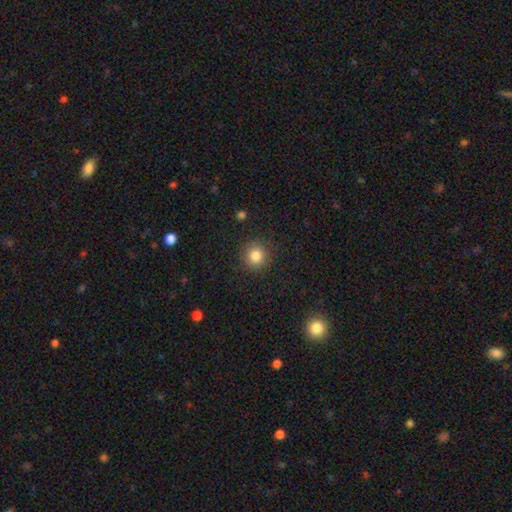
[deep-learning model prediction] Overall: smooth (83%). How rounded: round (93%). Merging: none (90%).